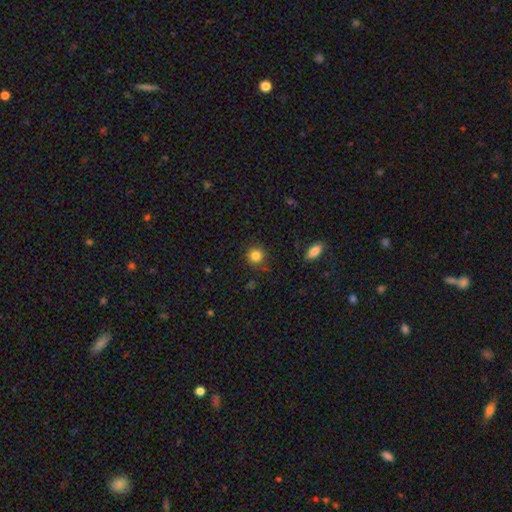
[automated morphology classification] Smooth or featured: smooth — 84% (star or artifact — 11%)
How rounded: round — 91% (in between — 8%)
Merging: none — 87% (minor disturbance — 8%)